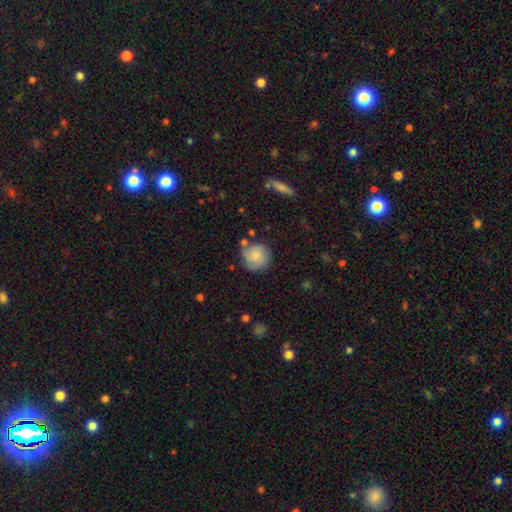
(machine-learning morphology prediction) Smooth or featured?
  - smooth: 69% *
  - featured or disk: 23%
  - star or artifact: 8%
How rounded?
  - round: 91% *
  - in between: 7%
  - cigar-shaped: 1%
Merging?
  - none: 74% *
  - minor disturbance: 16%
  - merger: 5%
  - major disturbance: 5%